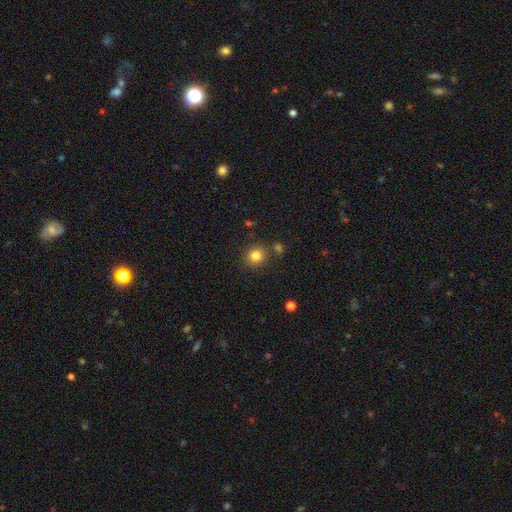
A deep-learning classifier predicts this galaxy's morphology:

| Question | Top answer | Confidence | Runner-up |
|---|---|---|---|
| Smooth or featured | smooth | 83% | star or artifact (12%) |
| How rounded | round | 86% | in between (13%) |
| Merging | none | 81% | minor disturbance (9%) |